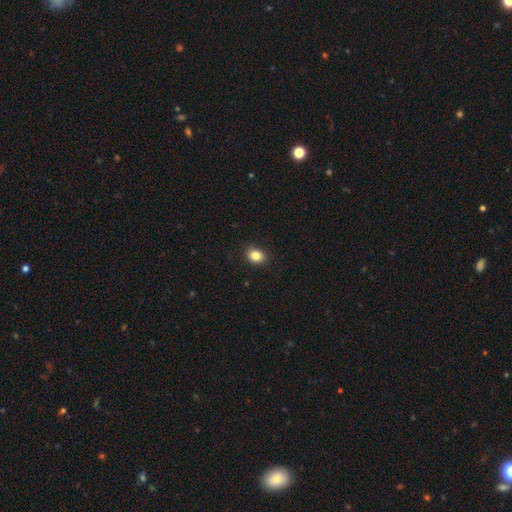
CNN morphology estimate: This is clearly a smooth galaxy (85%). How rounded: possibly in between (53%). Merging: clearly none (89%).